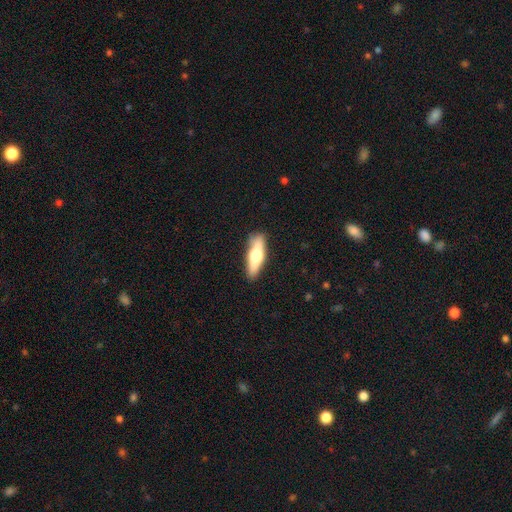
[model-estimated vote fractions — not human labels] Smooth or featured: smooth — 49% (featured or disk — 45%)
Merging: none — 86% (minor disturbance — 10%)